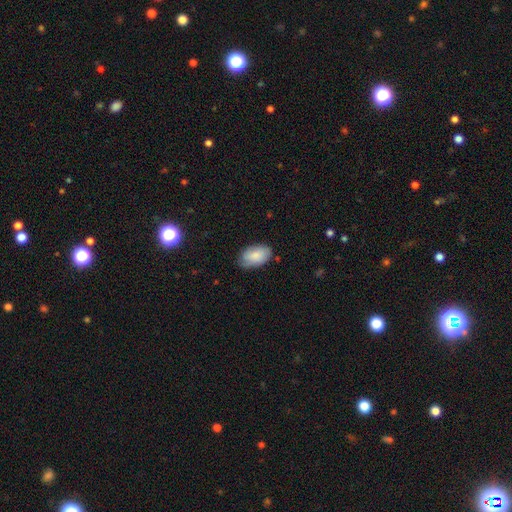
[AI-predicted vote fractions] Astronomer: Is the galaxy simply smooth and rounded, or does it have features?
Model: smooth — 83%.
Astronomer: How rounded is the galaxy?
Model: in between — 94%.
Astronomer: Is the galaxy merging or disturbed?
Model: none — 73%.